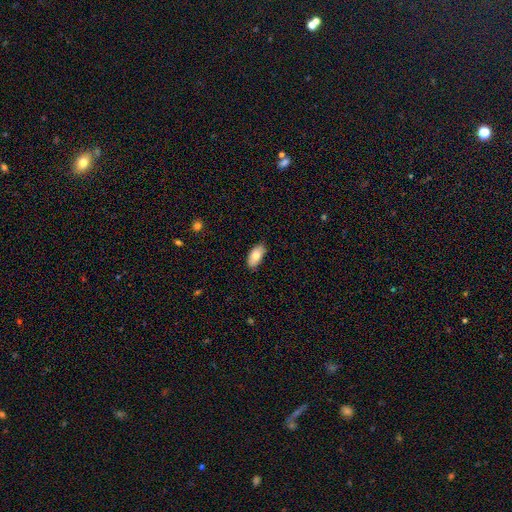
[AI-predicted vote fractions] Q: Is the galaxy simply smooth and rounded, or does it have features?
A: smooth — 79%.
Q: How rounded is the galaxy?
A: in between — 93%.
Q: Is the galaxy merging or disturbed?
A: none — 82%.